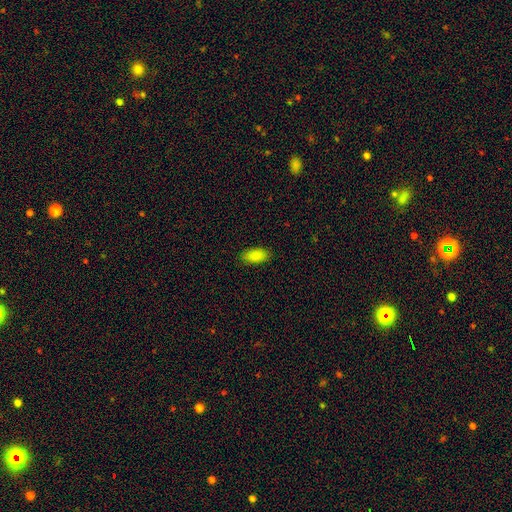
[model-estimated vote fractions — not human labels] The model was most divided on "merging": none: 88%, minor disturbance: 9%, major disturbance: 2%, merger: 1%. More confident: how rounded — in between (93%); smooth or featured — smooth (88%).